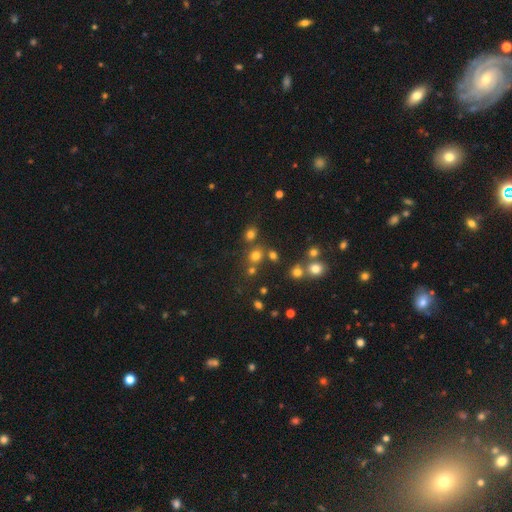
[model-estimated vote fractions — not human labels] A smooth galaxy with no disk features (68%) that is round (81%).

Vote fractions:
- Smooth or featured? smooth: 68% / star or artifact: 24% / featured or disk: 8%
- How rounded? round: 81% / in between: 18% / cigar-shaped: 1%
- Merging? none: 71% / merger: 16% / minor disturbance: 9% / major disturbance: 4%